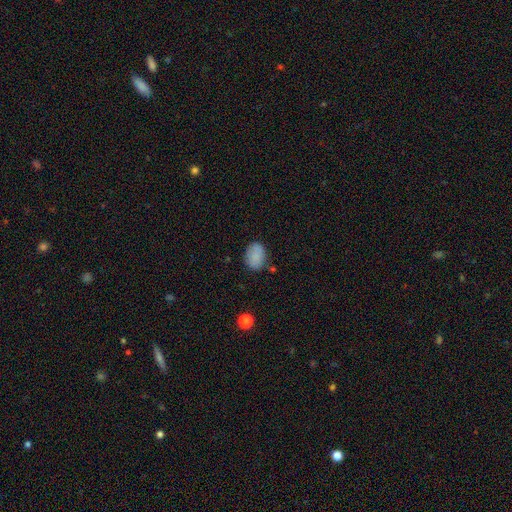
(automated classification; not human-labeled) Smooth or featured? Predicted: smooth (p=0.83). How rounded? Predicted: in between (p=0.76). Merging? Predicted: none (p=0.74).